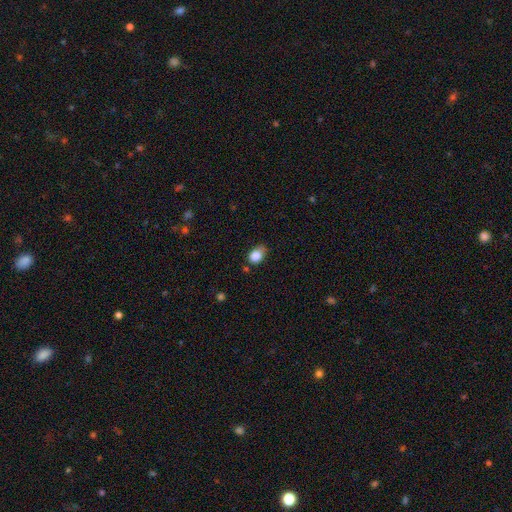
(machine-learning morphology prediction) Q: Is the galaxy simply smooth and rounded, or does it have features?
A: smooth — 84%.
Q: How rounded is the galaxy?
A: in between — 71%.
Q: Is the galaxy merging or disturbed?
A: none — 55%.